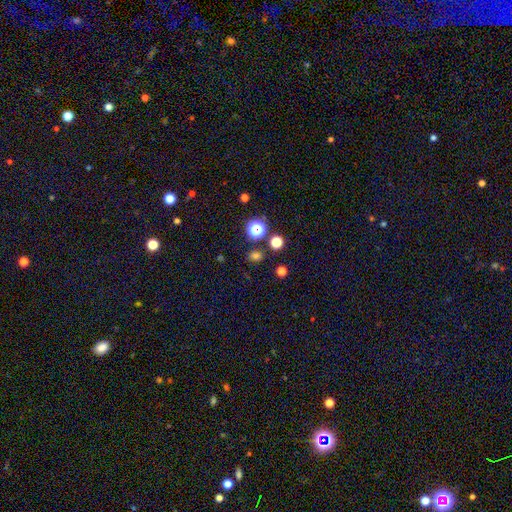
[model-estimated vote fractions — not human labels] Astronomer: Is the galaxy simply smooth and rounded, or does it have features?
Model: smooth — 67%.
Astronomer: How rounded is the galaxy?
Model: round — 60% (runner-up: in between, 38%).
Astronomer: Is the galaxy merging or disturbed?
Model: none — 82%.